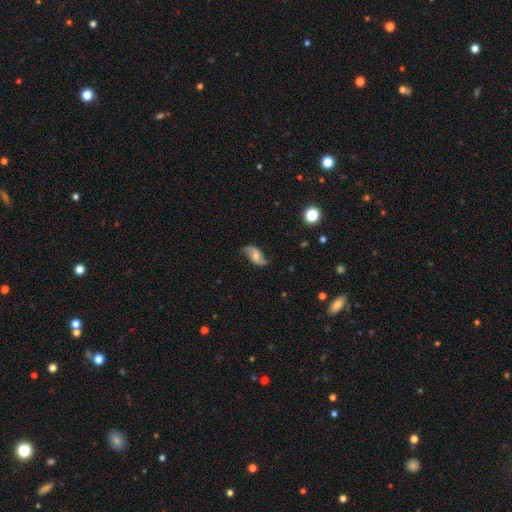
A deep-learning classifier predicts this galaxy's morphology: smooth-or-featured: featured or disk: 73% | smooth: 19% | star or artifact: 7%
  disk-edge-on: no: 95% | yes: 5%
    bar: no: 47% | weak: 40% | strong: 13%
    has-spiral-arms: yes: 92% | no: 8%
      spiral-winding: loose: 70% | medium: 22% | tight: 8%
      spiral-arm-count: 2: 91% | can't tell: 4% | 1: 2% | 3: 1% | 4: 1% | more than 4: 1%
    bulge-size: moderate: 52% | small: 37% | none: 5% | large: 4% | dominant: 1%
  merging: none: 76% | minor disturbance: 17% | major disturbance: 5% | merger: 1%